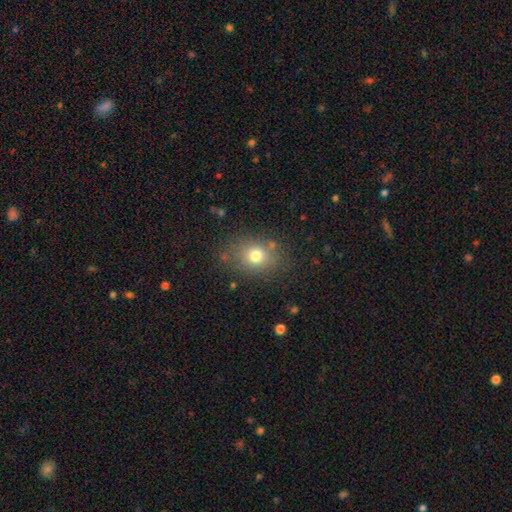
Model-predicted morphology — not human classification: Smooth or featured?
  - smooth: 75% *
  - star or artifact: 14%
  - featured or disk: 12%
How rounded?
  - round: 52% *
  - in between: 47%
  - cigar-shaped: 1%
Merging?
  - none: 78% *
  - minor disturbance: 13%
  - major disturbance: 5%
  - merger: 3%